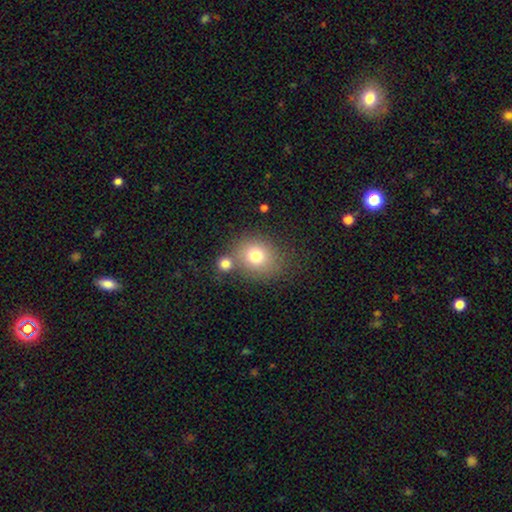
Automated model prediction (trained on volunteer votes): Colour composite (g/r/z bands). It shows a smooth galaxy with no disk features (75%) that is round (74%). Merging: none (62%).